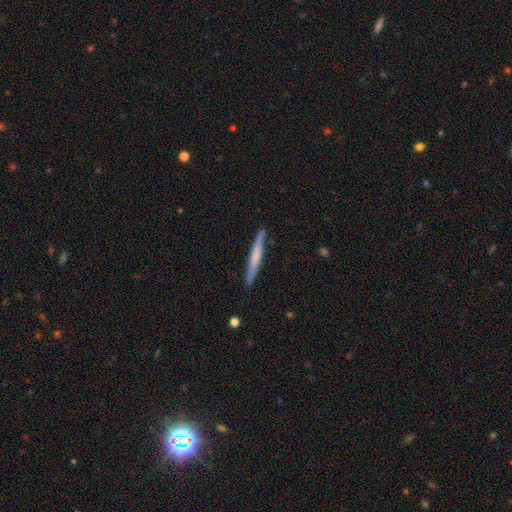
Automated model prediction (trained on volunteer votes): This appears to be a featured or disk galaxy (48%). Merging: none (88%).